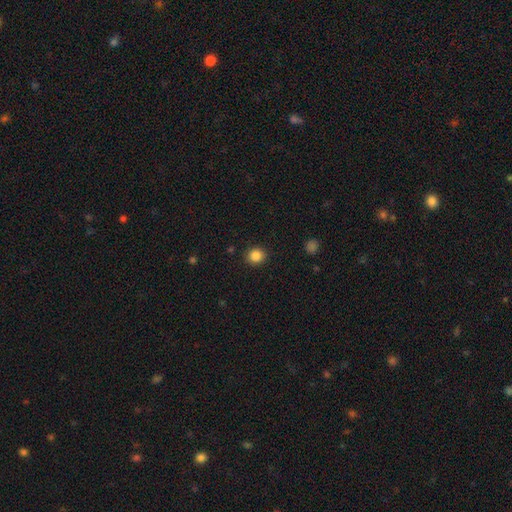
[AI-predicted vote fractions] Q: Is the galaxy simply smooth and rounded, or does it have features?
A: smooth — 86%.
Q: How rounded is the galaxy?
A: round — 84%.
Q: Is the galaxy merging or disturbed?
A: none — 91%.